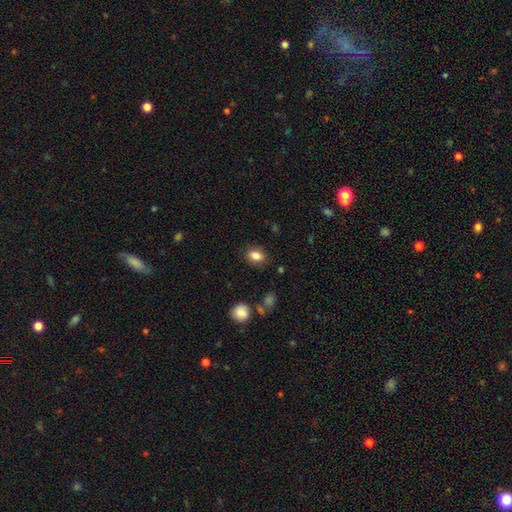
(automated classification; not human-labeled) This is clearly a smooth galaxy (84%). How rounded: likely in between (63%). Merging: clearly none (84%).